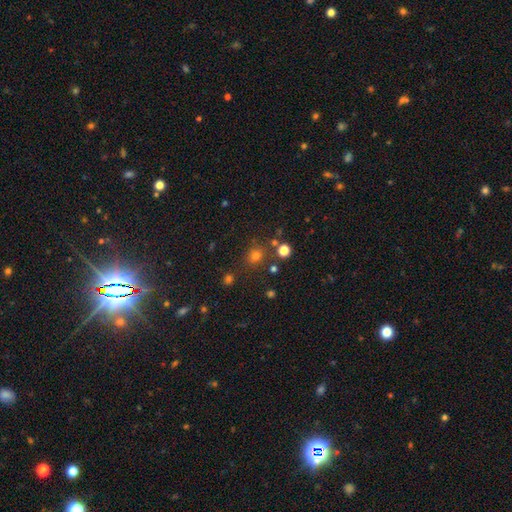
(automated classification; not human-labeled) smooth_or_featured: smooth (p=0.67) [alt: star or artifact p=0.26]
how_rounded: round (p=0.81) [alt: in between p=0.18]
merging: none (p=0.80) [alt: minor disturbance p=0.09]